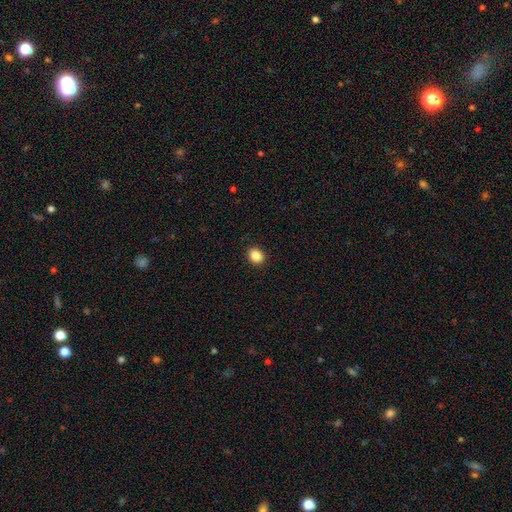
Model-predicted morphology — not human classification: smooth 88%, star or artifact 9%, featured or disk 3%. Down the decision tree: how rounded — round (57%); merging — none (91%).